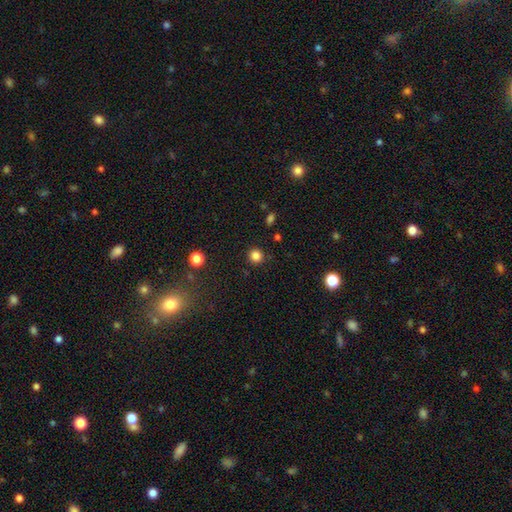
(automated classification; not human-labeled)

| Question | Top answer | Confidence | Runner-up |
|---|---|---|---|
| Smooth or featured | smooth | 83% | star or artifact (13%) |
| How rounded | round | 94% | in between (5%) |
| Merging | none | 90% | minor disturbance (6%) |